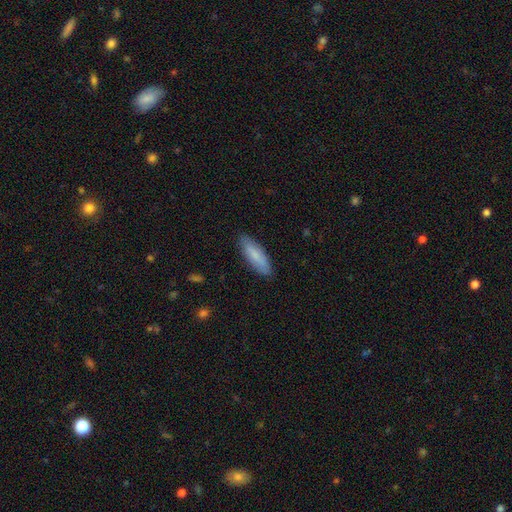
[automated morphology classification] Smooth or featured? smooth (78%)
How rounded? in between (50%)
Merging? none (86%)